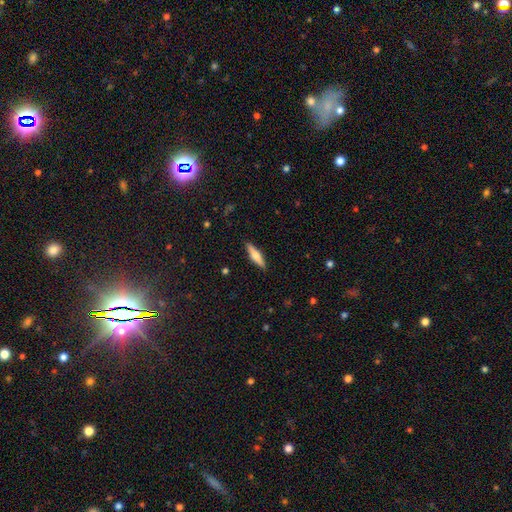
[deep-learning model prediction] smooth_or_featured: smooth (p=0.57) [alt: featured or disk p=0.37]
how_rounded: cigar-shaped (p=0.74) [alt: in between p=0.24]
merging: none (p=0.90) [alt: minor disturbance p=0.07]